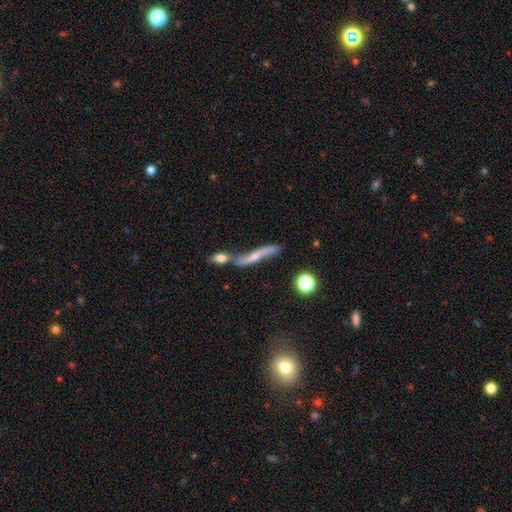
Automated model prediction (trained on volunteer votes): smooth-or-featured: featured or disk: 56% | smooth: 34% | star or artifact: 10%
  disk-edge-on: yes: 64% | no: 36%
  merging: none: 42% | merger: 38% | minor disturbance: 14% | major disturbance: 7%